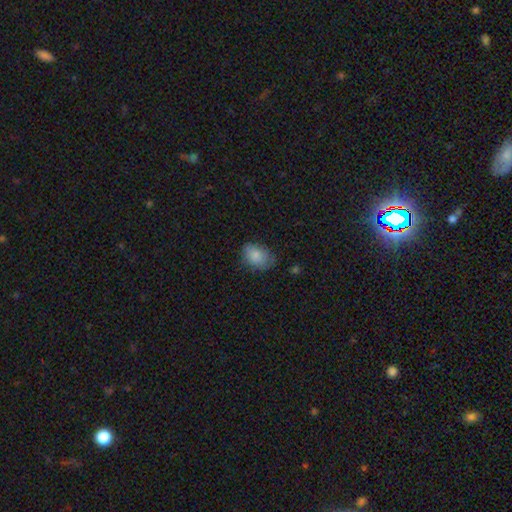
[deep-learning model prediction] Smooth or featured: smooth — 82% (featured or disk — 10%)
How rounded: in between — 76% (round — 23%)
Merging: none — 65% (minor disturbance — 26%)